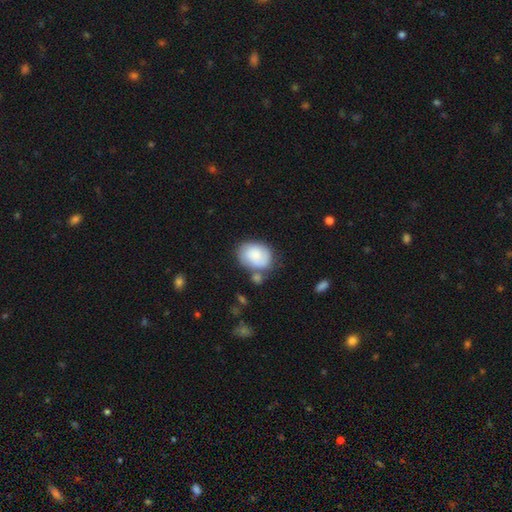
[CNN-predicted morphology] Smooth or featured? Predicted: smooth (p=0.70). How rounded? Predicted: in between (p=0.63). Merging? Predicted: none (p=0.55).